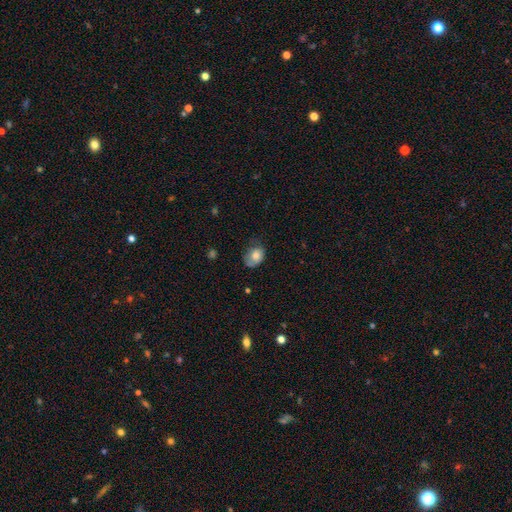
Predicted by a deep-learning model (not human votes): smooth-or-featured: smooth: 74% | featured or disk: 18% | star or artifact: 8%
  how-rounded: in between: 63% | round: 36% | cigar-shaped: 1%
  merging: none: 44% | minor disturbance: 36% | major disturbance: 17% | merger: 2%